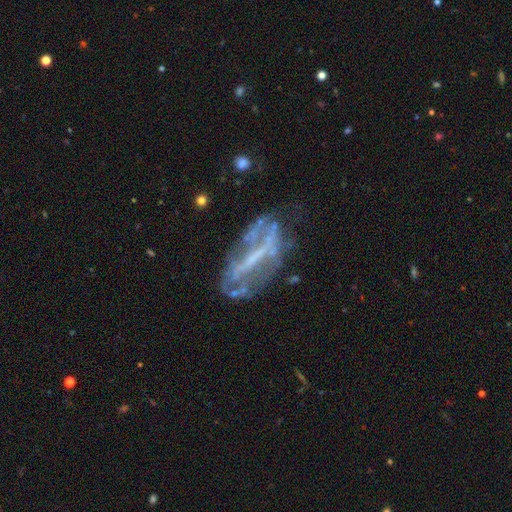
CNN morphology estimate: Smooth or featured?
  - featured or disk: 74% *
  - smooth: 15%
  - star or artifact: 12%
Edge-on disk?
  - no: 83% *
  - yes: 17%
Bar?
  - strong: 47% *
  - no: 27%
  - weak: 26%
Spiral arms?
  - no: 56% *
  - yes: 44%
Bulge size?
  - none: 46% *
  - small: 33%
  - moderate: 17%
  - large: 2%
  - dominant: 1%
Merging?
  - none: 48% *
  - major disturbance: 24%
  - minor disturbance: 22%
  - merger: 6%